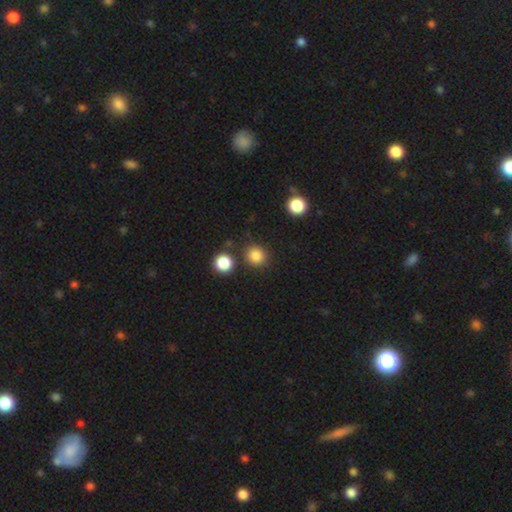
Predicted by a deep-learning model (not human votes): Smooth or featured? smooth (84%)
How rounded? round (86%)
Merging? none (83%)